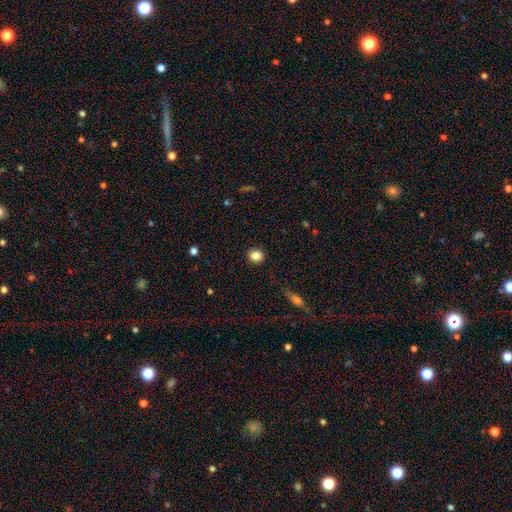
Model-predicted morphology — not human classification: smooth_or_featured: smooth (p=0.85) [alt: star or artifact p=0.10]
how_rounded: round (p=0.77) [alt: in between p=0.22]
merging: none (p=0.90) [alt: minor disturbance p=0.07]